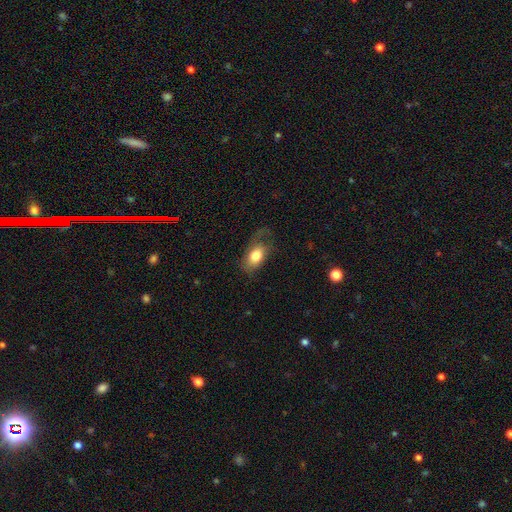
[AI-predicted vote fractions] Overall: smooth (74%). How rounded: in between (87%). Merging: none (42%; major disturbance 30%).